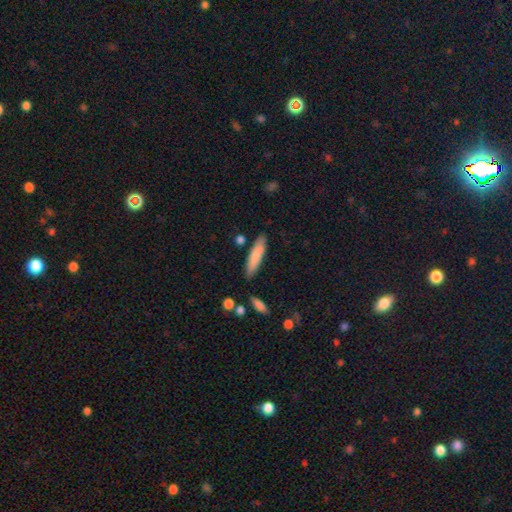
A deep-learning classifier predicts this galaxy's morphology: A smooth galaxy with no disk features (80%) that is cigar-shaped (74%).

Vote fractions:
- Smooth or featured? smooth: 80% / featured or disk: 14% / star or artifact: 6%
- How rounded? cigar-shaped: 74% / in between: 24% / round: 1%
- Merging? none: 82% / minor disturbance: 12% / merger: 4% / major disturbance: 3%